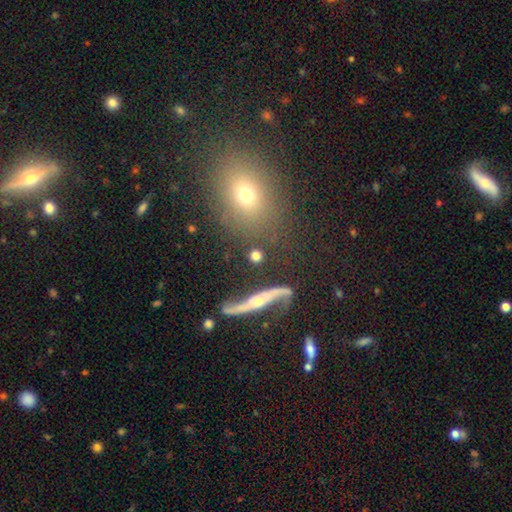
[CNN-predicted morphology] Q: Smooth or featured?
A: smooth (67%); runner-up: featured or disk (21%)
Q: How rounded?
A: round (78%); runner-up: in between (14%)
Q: Merging?
A: none (67%); runner-up: merger (14%)